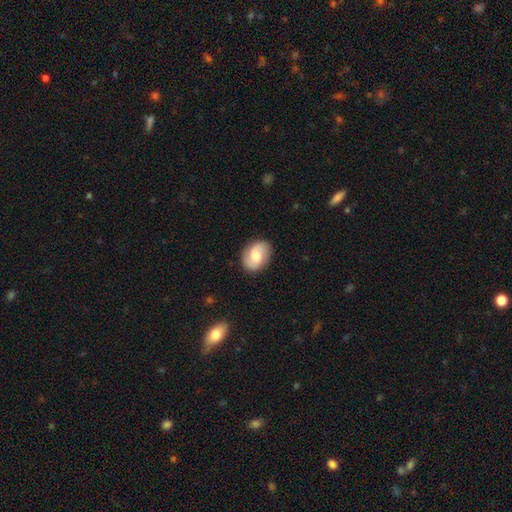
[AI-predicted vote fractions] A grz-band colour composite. It shows a featured or disk galaxy (59%) with no bar (49%), 2 (88%) medium (46%) spiral arms (90%) and a moderate central bulge (60%). Merging: none (86%).